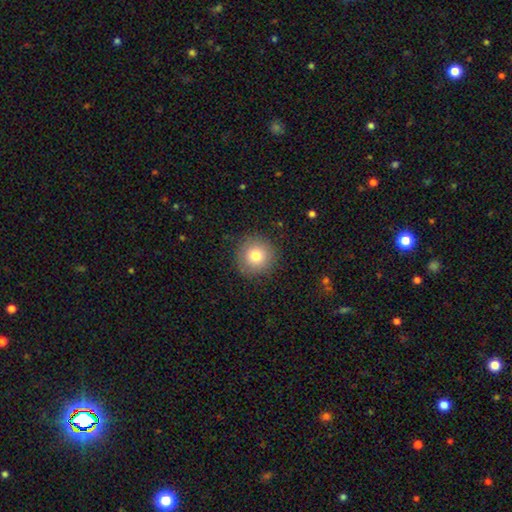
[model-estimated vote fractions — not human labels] smooth-or-featured: smooth: 78% | star or artifact: 11% | featured or disk: 11%
  how-rounded: round: 95% | in between: 4% | cigar-shaped: 1%
  merging: none: 89% | minor disturbance: 8% | major disturbance: 3% | merger: 1%